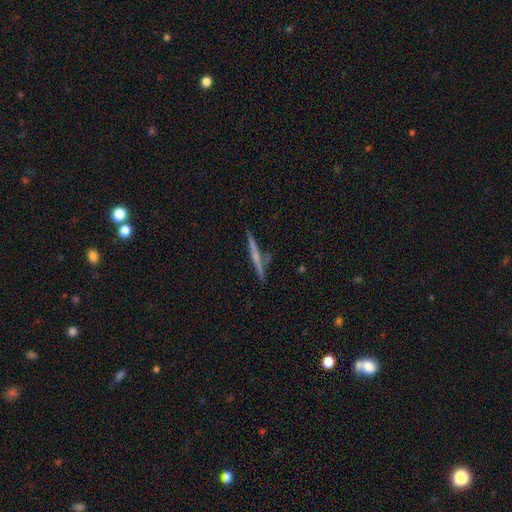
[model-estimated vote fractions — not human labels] Smooth or featured? featured or disk (57%)
Edge-on disk? yes (97%)
Edge-on bulge? none (67%)
Merging? none (86%)